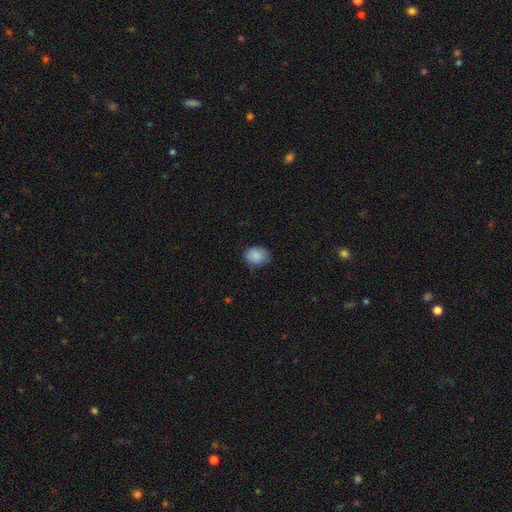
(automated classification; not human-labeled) Overall: smooth (86%). How rounded: in between (56%; round 44%). Merging: none (70%).